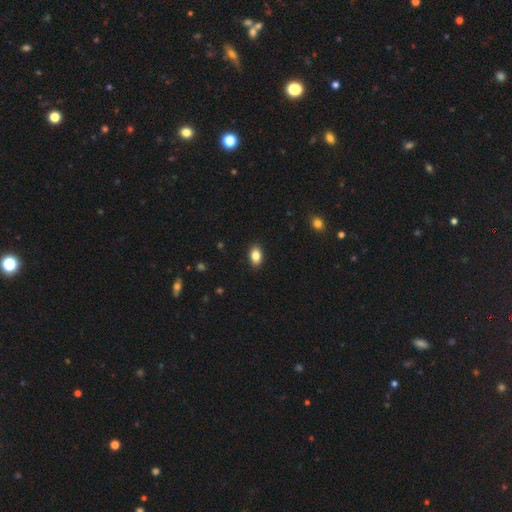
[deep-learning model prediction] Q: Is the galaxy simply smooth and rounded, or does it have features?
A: smooth — 85%.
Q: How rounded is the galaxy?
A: in between — 88%.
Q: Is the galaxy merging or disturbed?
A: none — 89%.